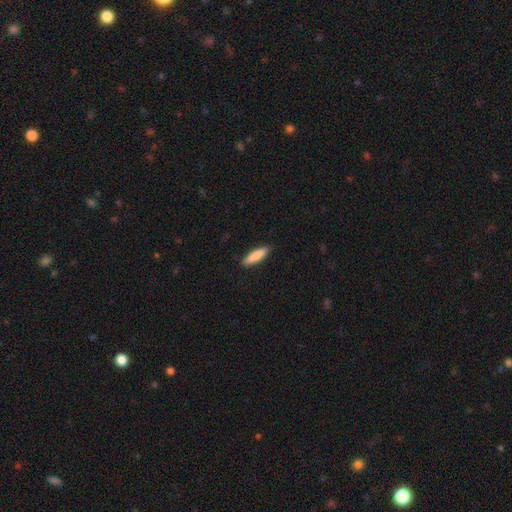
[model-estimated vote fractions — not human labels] A smooth galaxy with no disk features (86%) that is cigar-shaped (67%). Merging: none (89%).